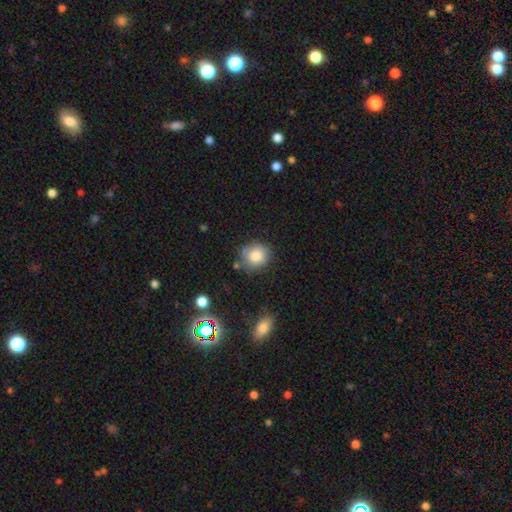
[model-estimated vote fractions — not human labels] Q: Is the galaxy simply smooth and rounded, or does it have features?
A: smooth — 80%.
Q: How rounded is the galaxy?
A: round — 77%.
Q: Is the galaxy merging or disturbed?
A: none — 71%.